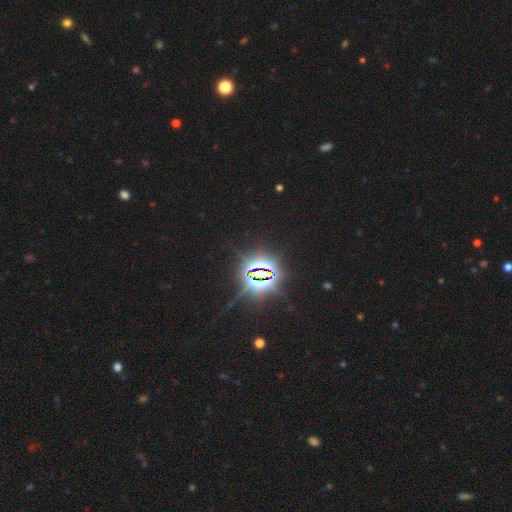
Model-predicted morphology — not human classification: The model was most divided on "smooth or featured": star or artifact: 86%, smooth: 9%, featured or disk: 5%.